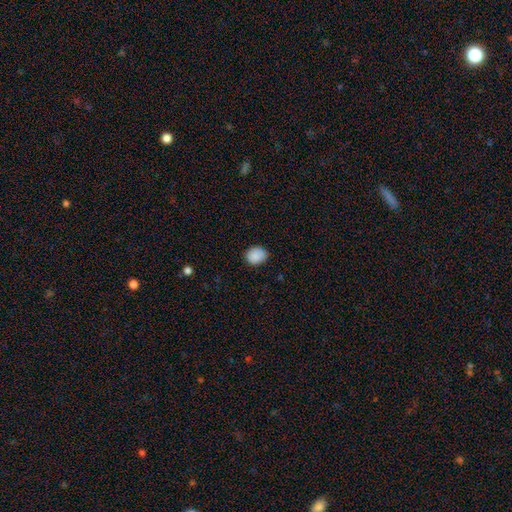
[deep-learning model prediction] Smooth or featured? smooth (89%)
How rounded? in between (52%)
Merging? none (82%)